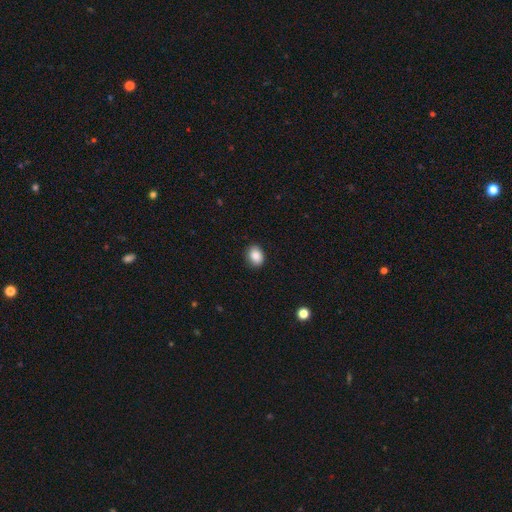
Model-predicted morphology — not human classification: smooth 88%, star or artifact 8%, featured or disk 4%. Down the decision tree: how rounded — in between (59%); merging — none (89%).